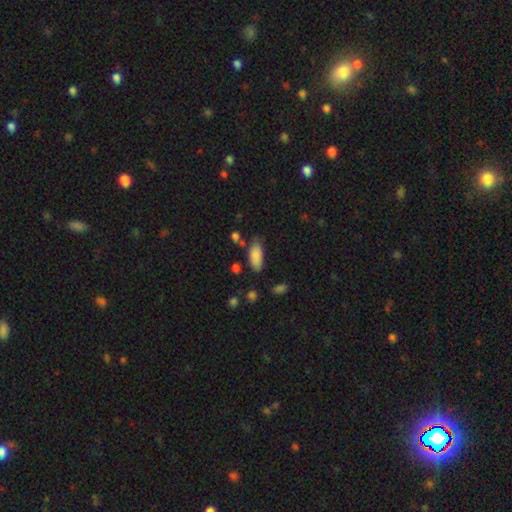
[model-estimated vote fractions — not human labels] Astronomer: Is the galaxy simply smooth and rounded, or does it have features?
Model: smooth — 86%.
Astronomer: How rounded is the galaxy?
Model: in between — 87%.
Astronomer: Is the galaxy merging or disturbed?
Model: none — 67%.